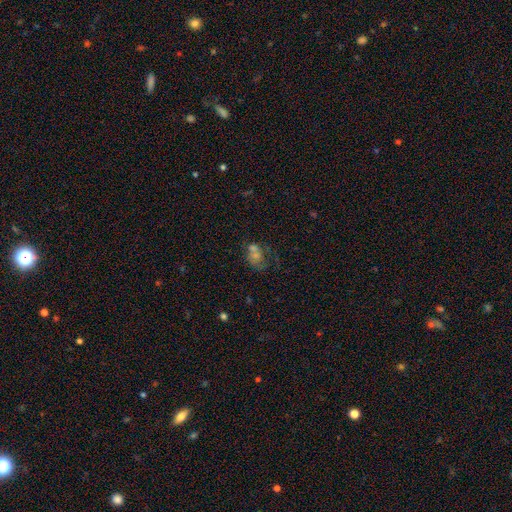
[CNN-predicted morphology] smooth 41%, featured or disk 32%, star or artifact 27%. Down the decision tree: merging — none (32%).